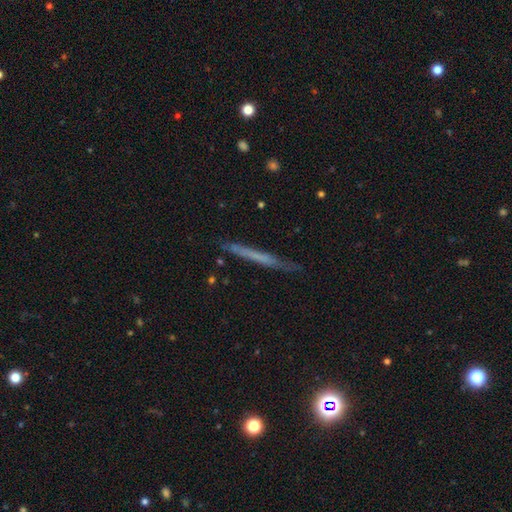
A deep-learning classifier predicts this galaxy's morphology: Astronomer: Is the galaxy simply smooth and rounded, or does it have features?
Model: smooth — 46%, tied with featured or disk at 46%.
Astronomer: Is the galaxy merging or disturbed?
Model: none — 82%.